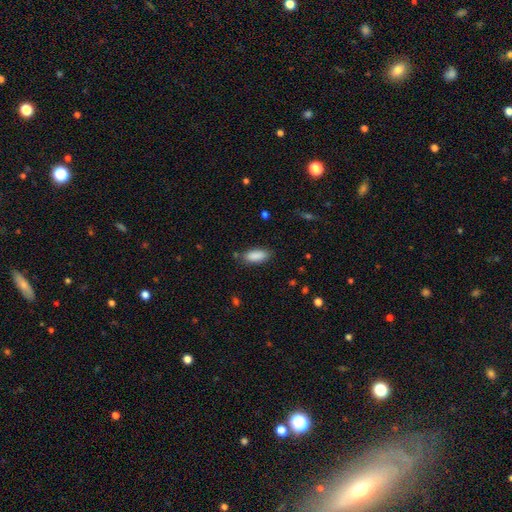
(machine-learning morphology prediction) A smooth galaxy with no disk features (89%) that is in between round and cigar-shaped (83%).

Vote fractions:
- Smooth or featured? smooth: 89% / star or artifact: 7% / featured or disk: 4%
- How rounded? in between: 83% / cigar-shaped: 15% / round: 2%
- Merging? none: 81% / minor disturbance: 14% / major disturbance: 3% / merger: 3%